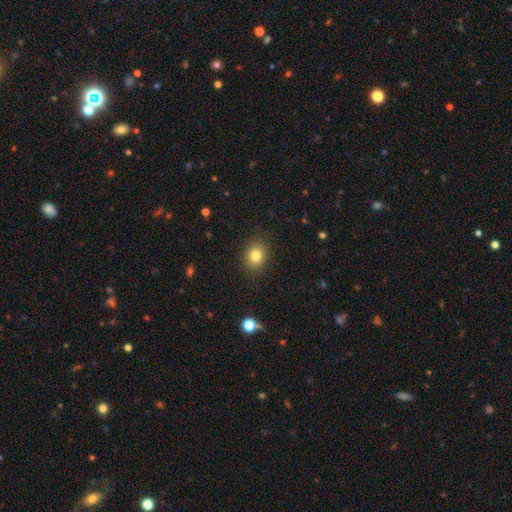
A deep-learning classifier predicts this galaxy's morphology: smooth 82%, star or artifact 11%, featured or disk 7%. Down the decision tree: how rounded — round (55%); merging — none (88%).